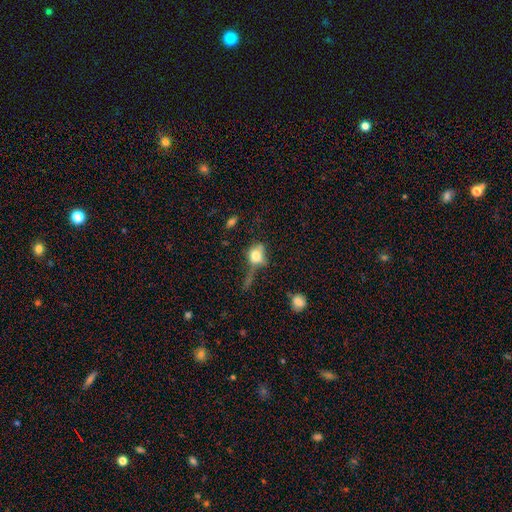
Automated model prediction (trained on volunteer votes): The model was most divided on "how rounded": round: 50%, in between: 46%, cigar-shaped: 4%. Remaining: smooth or featured — smooth (66%); merging — none (35%).